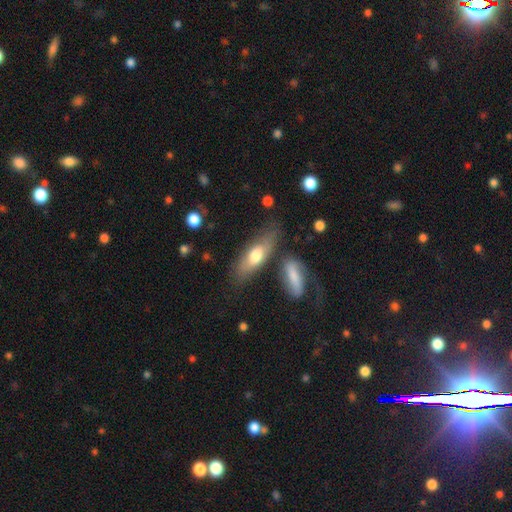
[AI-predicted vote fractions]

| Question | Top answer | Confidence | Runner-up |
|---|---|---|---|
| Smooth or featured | smooth | 65% | featured or disk (29%) |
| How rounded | in between | 59% | cigar-shaped (38%) |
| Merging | none | 69% | minor disturbance (16%) |